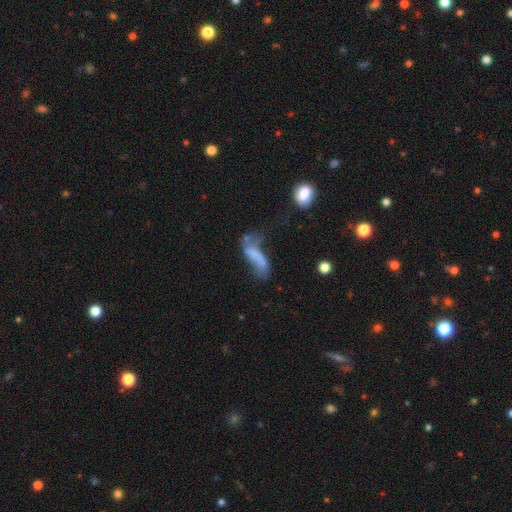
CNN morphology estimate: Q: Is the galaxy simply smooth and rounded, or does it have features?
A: smooth — 50%.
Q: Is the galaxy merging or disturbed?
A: major disturbance — 36%.